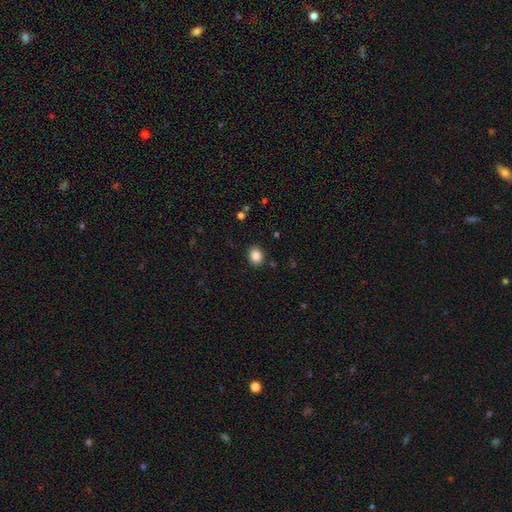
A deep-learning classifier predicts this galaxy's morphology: Smooth or featured? smooth (87%)
How rounded? round (56%)
Merging? none (88%)